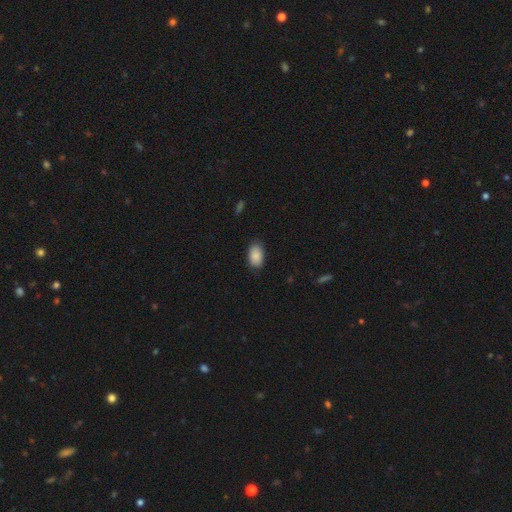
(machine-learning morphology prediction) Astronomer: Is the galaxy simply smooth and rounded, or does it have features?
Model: smooth — 89%.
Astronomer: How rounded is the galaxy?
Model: in between — 93%.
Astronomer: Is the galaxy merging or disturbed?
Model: none — 84%.